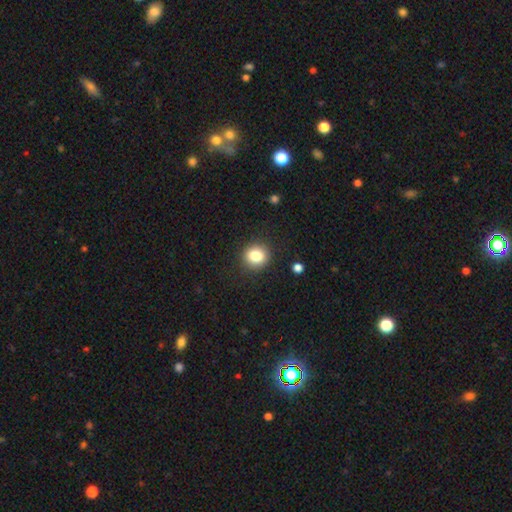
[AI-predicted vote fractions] smooth-or-featured: smooth: 83% | star or artifact: 10% | featured or disk: 6%
  how-rounded: round: 79% | in between: 20% | cigar-shaped: 1%
  merging: none: 88% | minor disturbance: 8% | major disturbance: 3% | merger: 1%